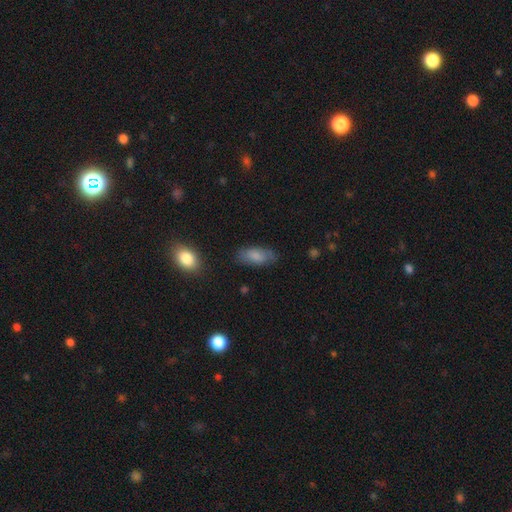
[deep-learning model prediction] Smooth or featured: smooth — 80% (featured or disk — 13%)
How rounded: in between — 87% (cigar-shaped — 11%)
Merging: none — 73% (minor disturbance — 19%)